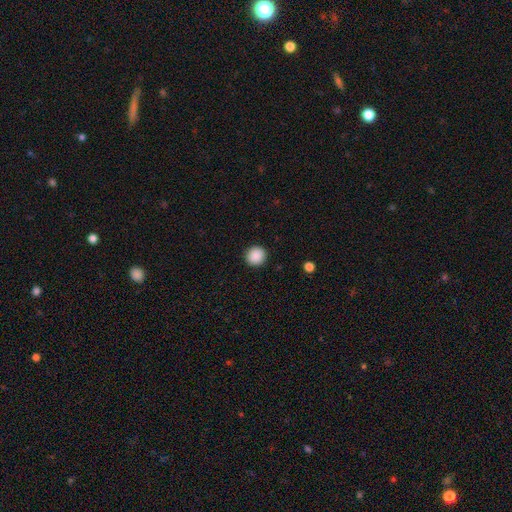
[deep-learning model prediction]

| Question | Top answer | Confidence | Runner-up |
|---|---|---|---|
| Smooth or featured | smooth | 89% | star or artifact (9%) |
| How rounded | round | 93% | in between (6%) |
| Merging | none | 91% | minor disturbance (6%) |